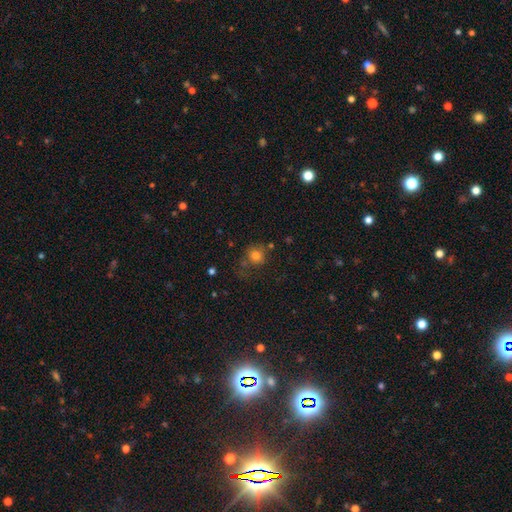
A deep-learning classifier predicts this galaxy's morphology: Smooth or featured: smooth — 78% (star or artifact — 13%)
How rounded: round — 82% (in between — 17%)
Merging: none — 61% (minor disturbance — 19%)